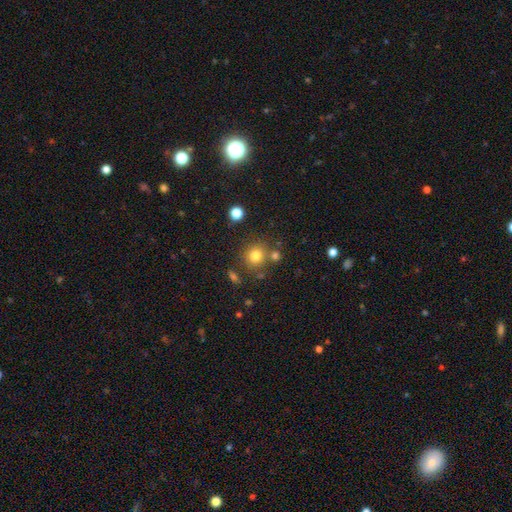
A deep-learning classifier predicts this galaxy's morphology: smooth-or-featured: smooth: 79% | star or artifact: 13% | featured or disk: 8%
  how-rounded: round: 89% | in between: 10% | cigar-shaped: 1%
  merging: none: 75% | merger: 11% | minor disturbance: 10% | major disturbance: 4%